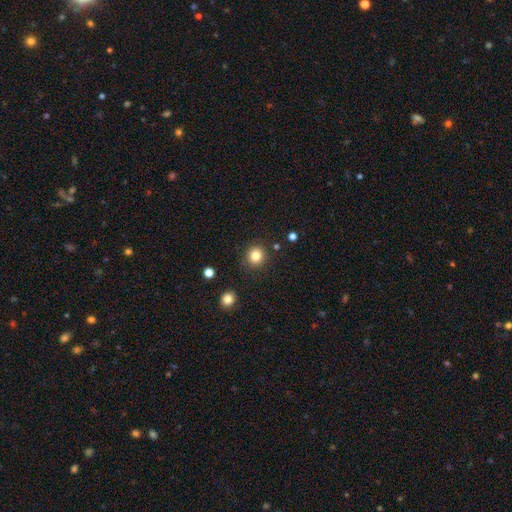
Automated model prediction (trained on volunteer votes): Smooth or featured? Predicted: smooth (p=0.83). How rounded? Predicted: round (p=0.91). Merging? Predicted: none (p=0.88).